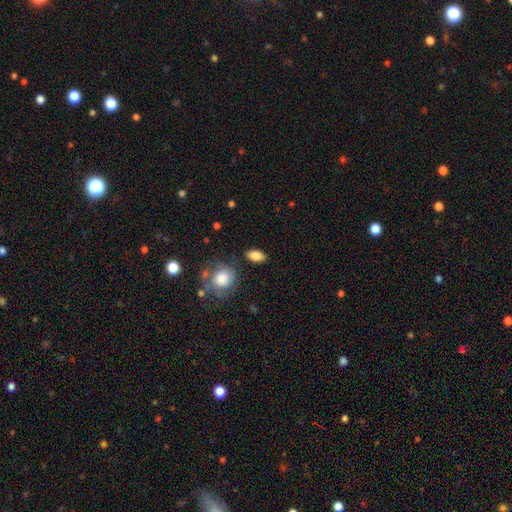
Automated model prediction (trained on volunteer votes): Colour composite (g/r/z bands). It shows a smooth galaxy with no disk features (85%) that is in between round and cigar-shaped (88%). Merging: none (83%).